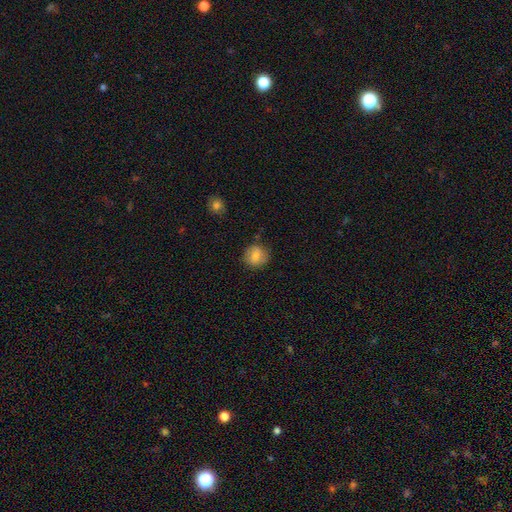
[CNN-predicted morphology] Q: Smooth or featured?
A: smooth (78%); runner-up: featured or disk (13%)
Q: How rounded?
A: round (85%); runner-up: in between (14%)
Q: Merging?
A: none (82%); runner-up: minor disturbance (13%)